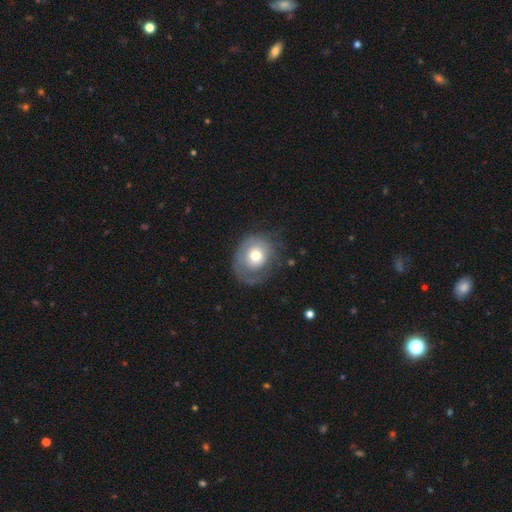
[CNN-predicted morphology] smooth 52%, featured or disk 41%, star or artifact 7%. Down the decision tree: how rounded — round (67%); merging — none (51%).